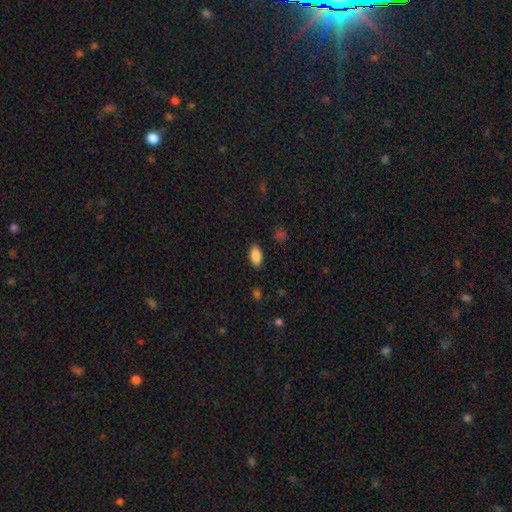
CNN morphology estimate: A smooth galaxy with no disk features (87%) that is in between round and cigar-shaped (92%). Merging: none (87%).